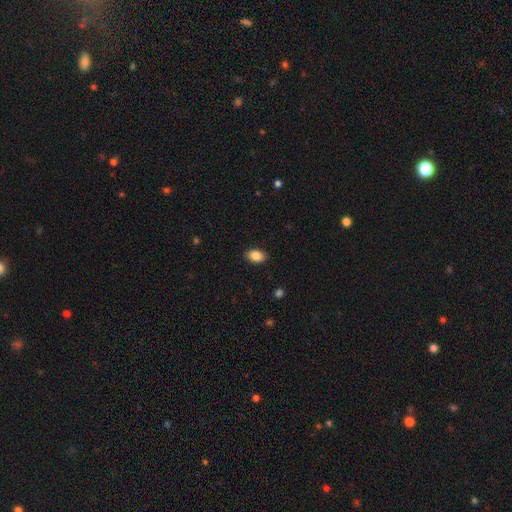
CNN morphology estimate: smooth 85%, star or artifact 8%, featured or disk 7%. Down the decision tree: how rounded — in between (89%); merging — none (88%).